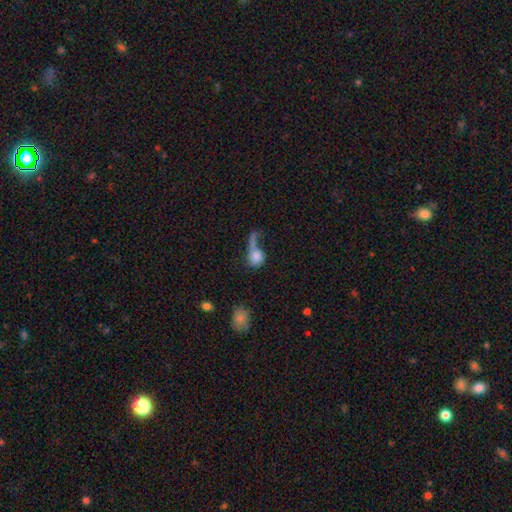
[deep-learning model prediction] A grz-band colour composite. It shows a smooth galaxy with no disk features (67%) that is round (56%). Merging: major disturbance (39%).